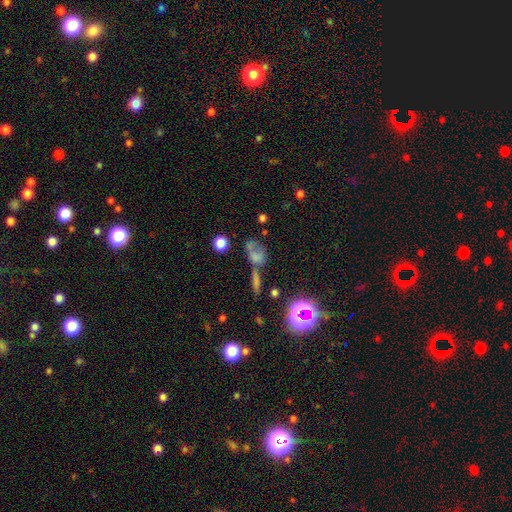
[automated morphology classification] Smooth or featured: smooth — 56% (featured or disk — 24%)
How rounded: in between — 58% (round — 34%)
Merging: merger — 37% (none — 30%)